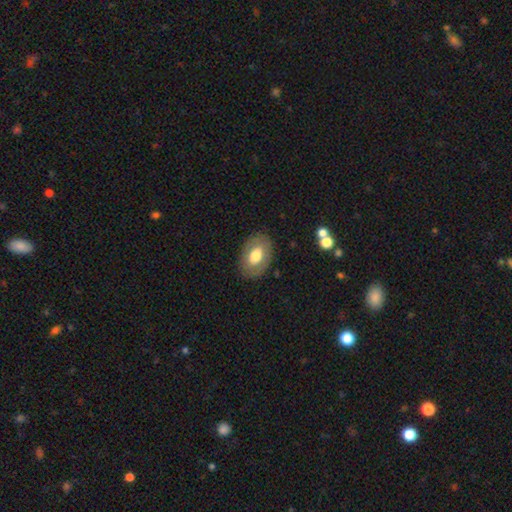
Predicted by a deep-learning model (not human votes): Smooth or featured? smooth (61%)
How rounded? in between (85%)
Merging? none (85%)